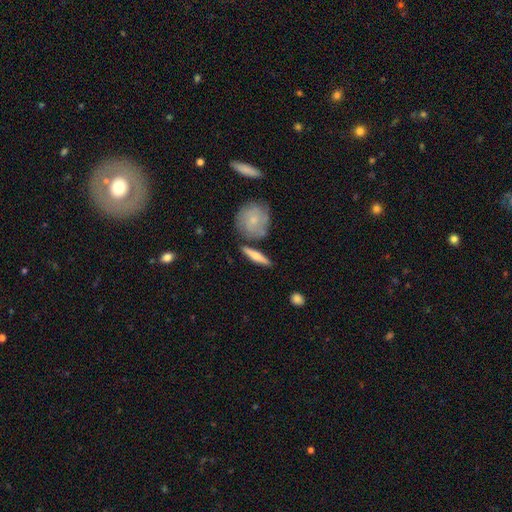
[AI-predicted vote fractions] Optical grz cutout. It shows a smooth galaxy with no disk features (48%). Merging: none (78%).